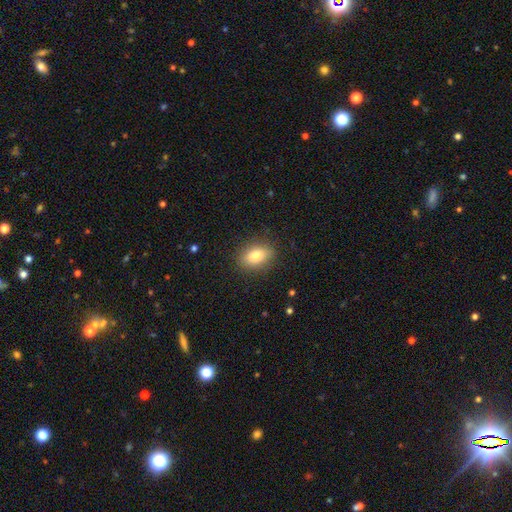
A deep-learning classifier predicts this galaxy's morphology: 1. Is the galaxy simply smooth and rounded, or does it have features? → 80% smooth, 12% featured or disk, 9% star or artifact.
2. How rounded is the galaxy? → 81% in between, 17% round, 3% cigar-shaped.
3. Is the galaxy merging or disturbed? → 87% none, 9% minor disturbance, 3% major disturbance, 1% merger.